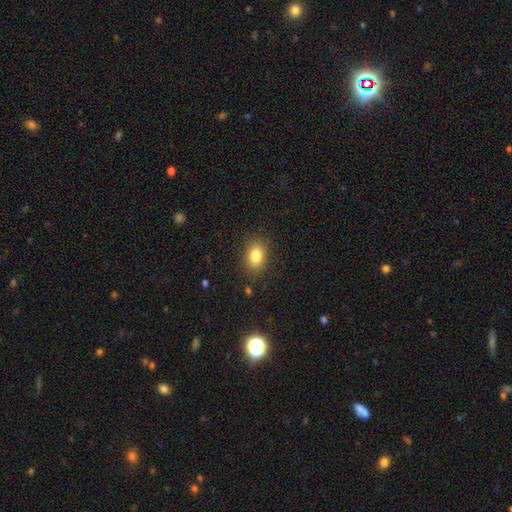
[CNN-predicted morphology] Smooth or featured? smooth (84%)
How rounded? in between (81%)
Merging? none (85%)